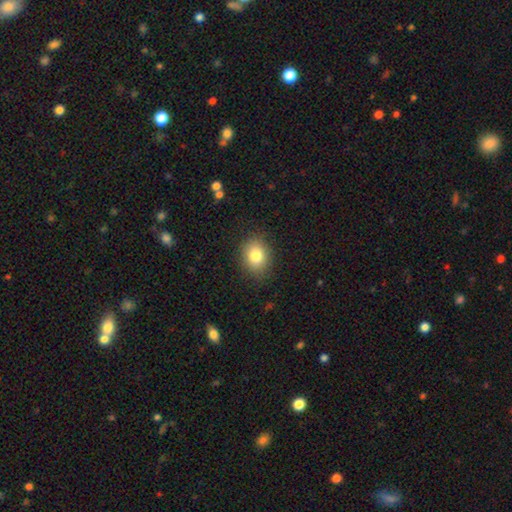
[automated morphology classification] The model was most divided on "how rounded": round: 50%, in between: 49%, cigar-shaped: 1%. More confident: merging — none (86%); smooth or featured — smooth (81%).